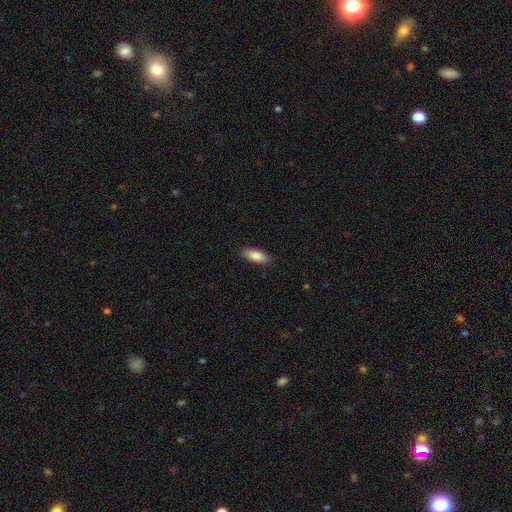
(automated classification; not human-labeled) The model was most divided on "how rounded": in between: 78%, cigar-shaped: 20%, round: 2%. More confident: merging — none (88%); smooth or featured — smooth (86%).